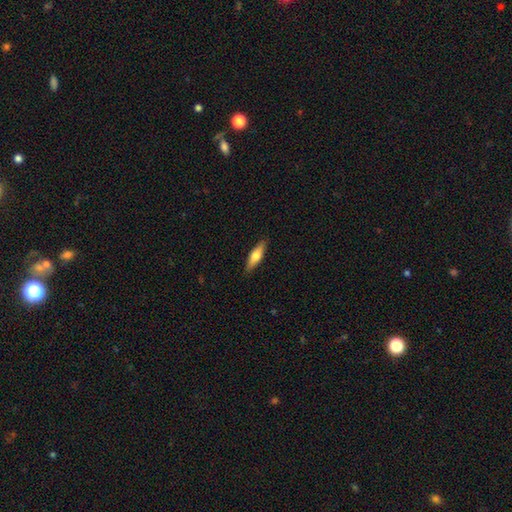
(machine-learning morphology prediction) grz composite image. It shows a smooth galaxy with no disk features (57%) that is cigar-shaped (57%). Merging: none (88%).